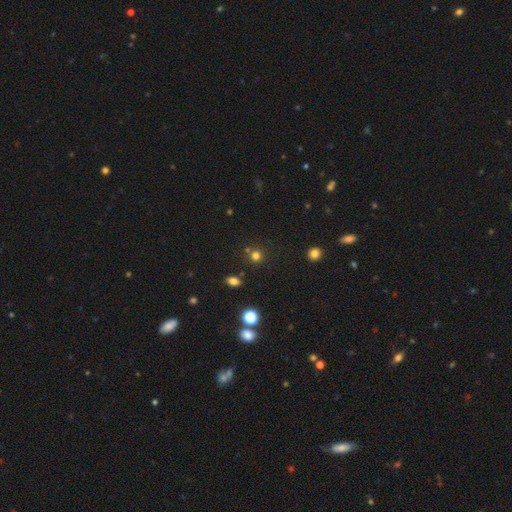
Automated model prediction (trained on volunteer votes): Smooth or featured?
  - smooth: 71% *
  - star or artifact: 22%
  - featured or disk: 6%
How rounded?
  - round: 90% *
  - in between: 9%
  - cigar-shaped: 1%
Merging?
  - none: 77% *
  - merger: 12%
  - minor disturbance: 8%
  - major disturbance: 3%